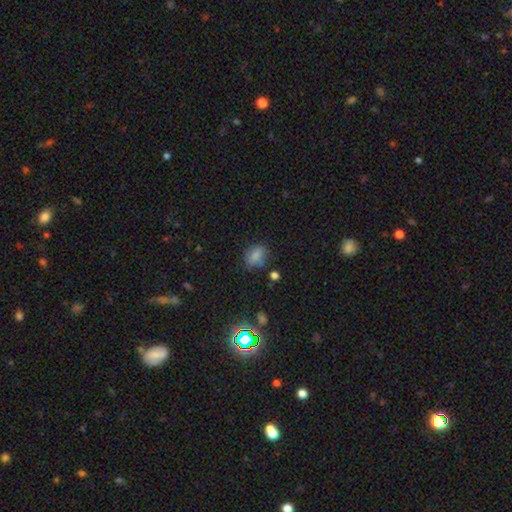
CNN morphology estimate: This is likely a smooth galaxy (75%). How rounded: likely in between (72%). Merging: likely none (68%).